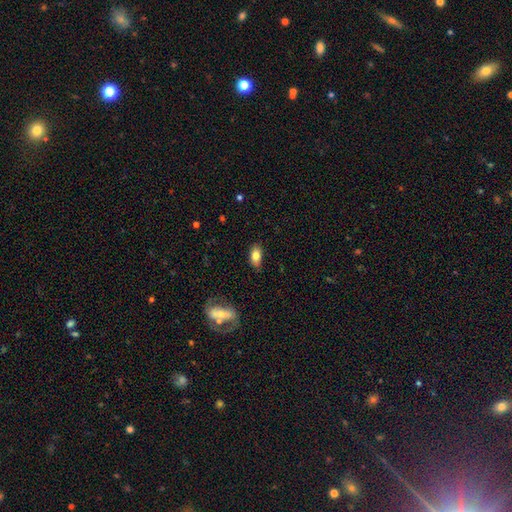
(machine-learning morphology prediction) smooth-or-featured: smooth: 78% | featured or disk: 14% | star or artifact: 8%
  how-rounded: in between: 89% | round: 6% | cigar-shaped: 5%
  merging: none: 81% | minor disturbance: 14% | major disturbance: 3% | merger: 2%